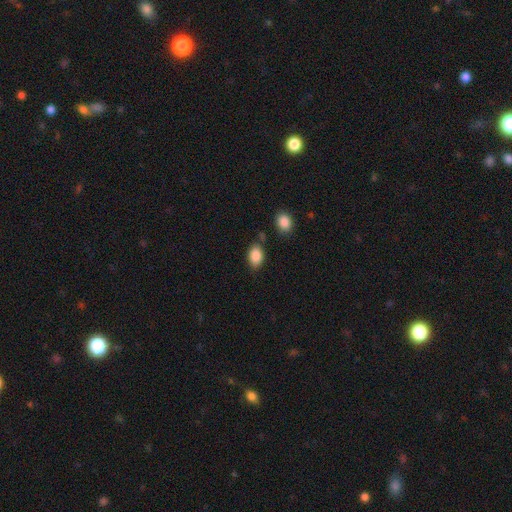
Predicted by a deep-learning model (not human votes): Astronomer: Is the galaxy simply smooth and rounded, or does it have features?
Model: smooth — 88%.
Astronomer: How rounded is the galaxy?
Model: in between — 84%.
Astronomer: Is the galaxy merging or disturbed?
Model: none — 75%.